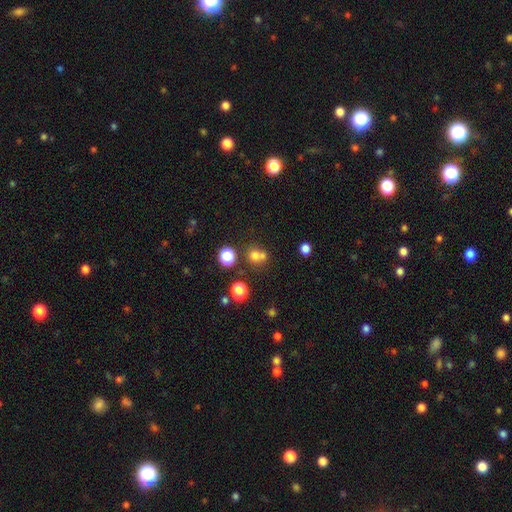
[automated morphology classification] Q: Smooth or featured?
A: smooth (69%); runner-up: star or artifact (19%)
Q: How rounded?
A: round (78%); runner-up: in between (21%)
Q: Merging?
A: none (45%); runner-up: merger (43%)